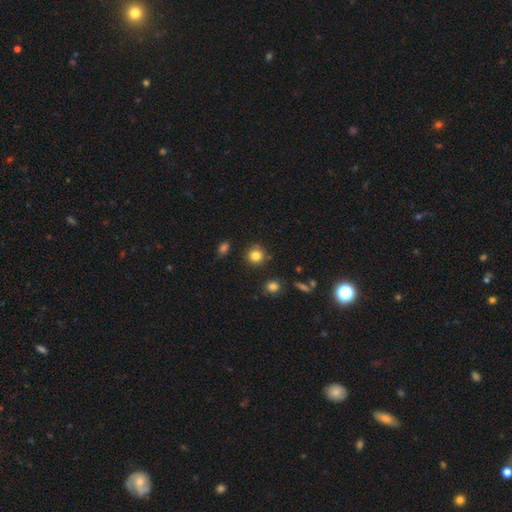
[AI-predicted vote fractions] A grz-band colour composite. It shows a smooth galaxy with no disk features (83%) that is round (90%). Merging: none (84%).